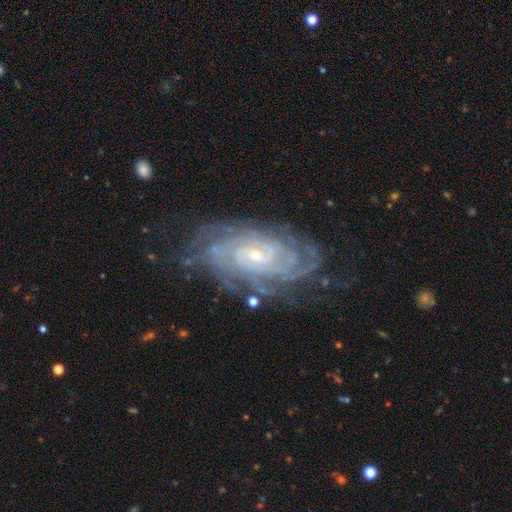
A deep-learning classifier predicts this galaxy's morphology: Overall: featured or disk (89%). Edge-on disk: no (96%). Bar: no (60%; weak 31%). Spiral arms: yes (98%). Spiral arm count: can't tell (27%; 4 25%). Spiral winding: tight (78%). Bulge size: small (77%). Merging: none (74%).